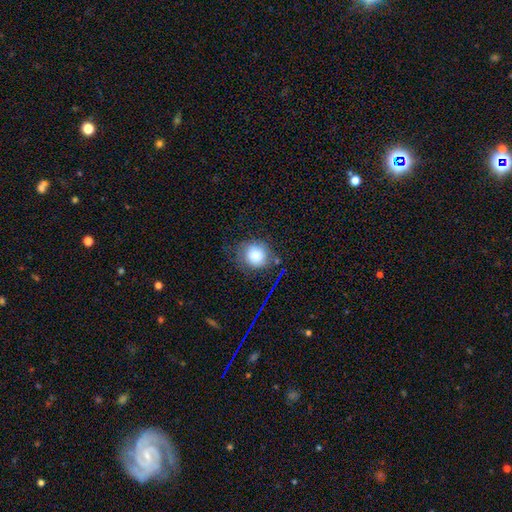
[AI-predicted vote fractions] Overall: smooth (75%). How rounded: round (83%). Merging: none (67%).